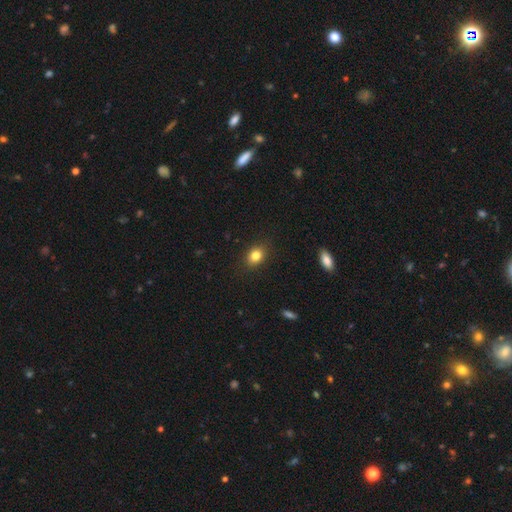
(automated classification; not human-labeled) Q: Smooth or featured?
A: smooth (83%); runner-up: star or artifact (10%)
Q: How rounded?
A: in between (65%); runner-up: round (34%)
Q: Merging?
A: none (87%); runner-up: minor disturbance (10%)